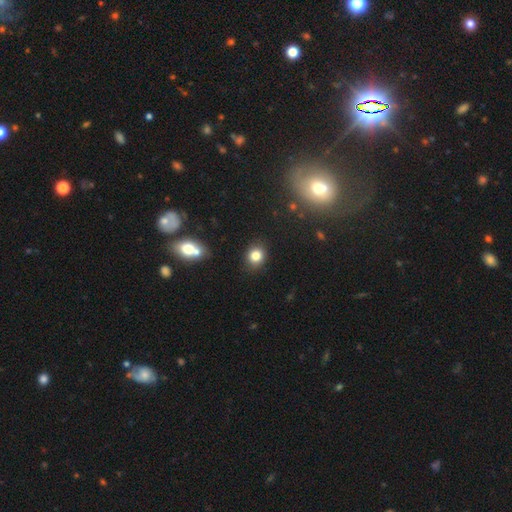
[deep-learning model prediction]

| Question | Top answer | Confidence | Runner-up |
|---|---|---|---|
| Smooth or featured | smooth | 82% | star or artifact (12%) |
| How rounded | round | 71% | in between (28%) |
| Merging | none | 86% | minor disturbance (9%) |